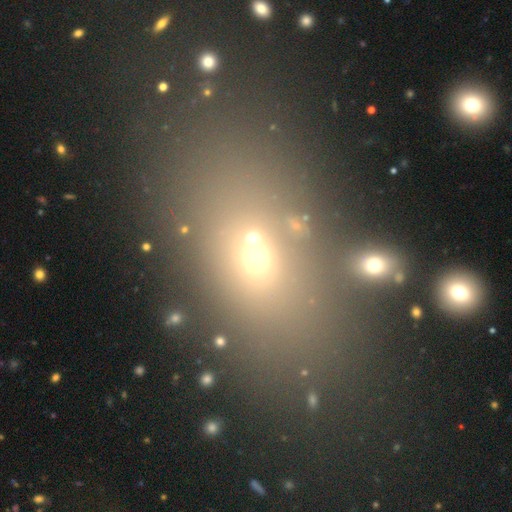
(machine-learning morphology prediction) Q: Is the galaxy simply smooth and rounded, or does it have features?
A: smooth — 59%.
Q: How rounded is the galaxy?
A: in between — 77%.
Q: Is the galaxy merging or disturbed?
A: none — 63%.